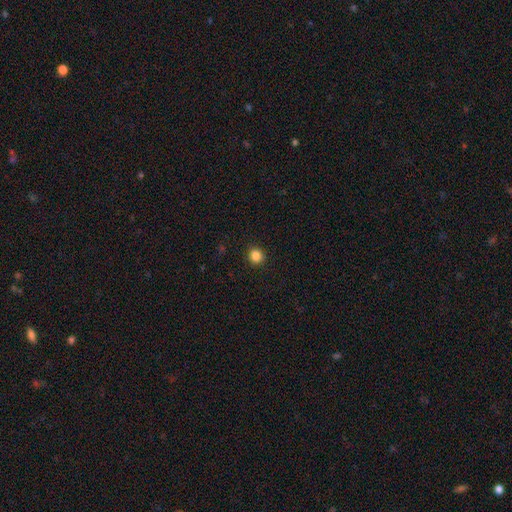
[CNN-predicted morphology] The model was most divided on "smooth or featured": smooth: 85%, star or artifact: 11%, featured or disk: 4%. More confident: merging — none (92%); how rounded — round (88%).